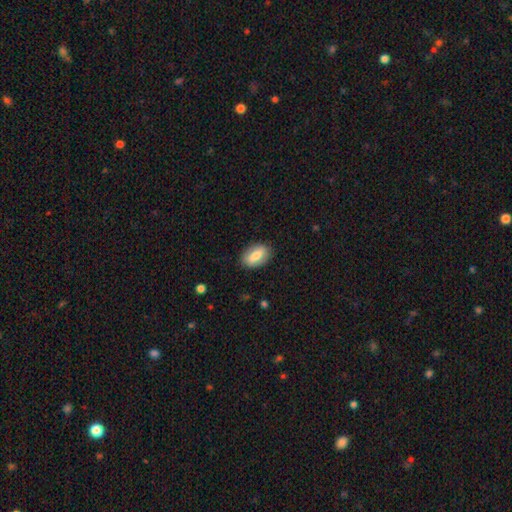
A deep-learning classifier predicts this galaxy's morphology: Q: Smooth or featured?
A: smooth (76%); runner-up: featured or disk (17%)
Q: How rounded?
A: in between (90%); runner-up: round (6%)
Q: Merging?
A: none (85%); runner-up: minor disturbance (11%)